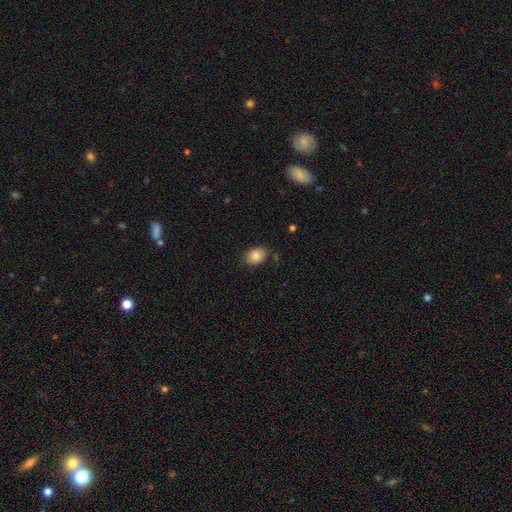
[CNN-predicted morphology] A smooth galaxy with no disk features (85%) that is in between round and cigar-shaped (73%). Merging: none (80%).